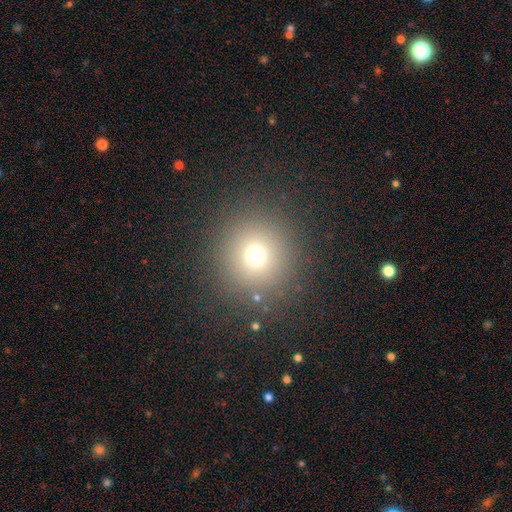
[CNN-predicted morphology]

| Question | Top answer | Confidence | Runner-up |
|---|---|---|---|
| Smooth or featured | smooth | 70% | star or artifact (20%) |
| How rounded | round | 94% | in between (5%) |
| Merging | none | 88% | minor disturbance (6%) |